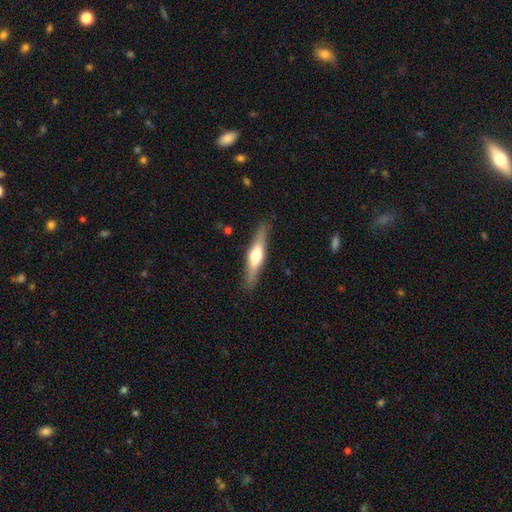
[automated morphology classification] smooth-or-featured: featured or disk: 56% | smooth: 38% | star or artifact: 5%
  disk-edge-on: yes: 94% | no: 6%
    edge-on-bulge: rounded: 90% | boxy: 6% | none: 4%
  merging: none: 87% | minor disturbance: 9% | major disturbance: 2% | merger: 1%